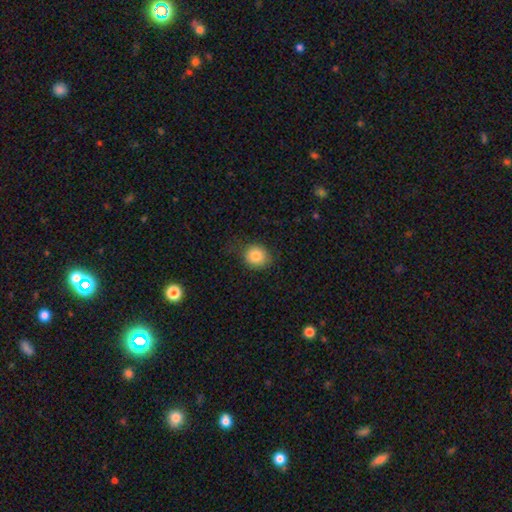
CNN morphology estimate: This is clearly a smooth galaxy (84%). How rounded: clearly round (80%). Merging: likely none (76%).